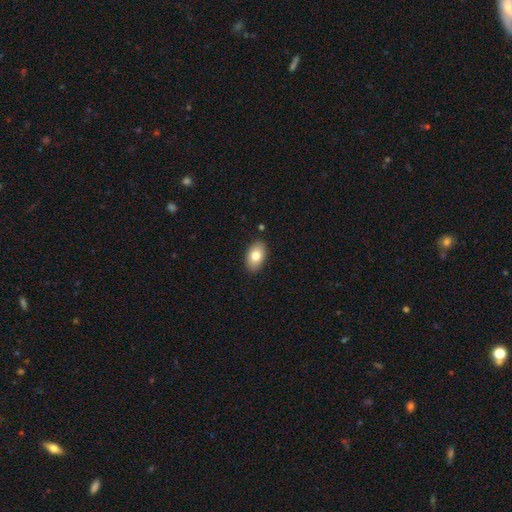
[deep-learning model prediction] Morphology: type=smooth (79%); roundness=in between (92%); merging=none (88%).